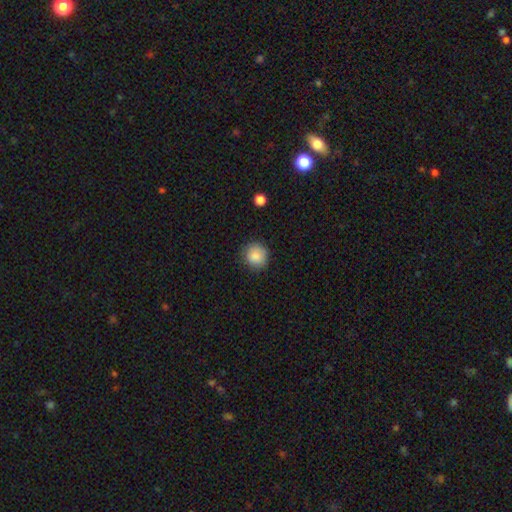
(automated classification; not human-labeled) The model was most divided on "merging": none: 85%, minor disturbance: 11%, major disturbance: 3%, merger: 1%. More confident: how rounded — round (90%); smooth or featured — smooth (86%).